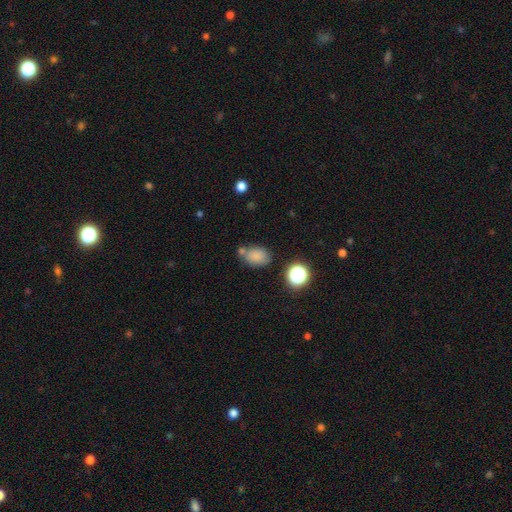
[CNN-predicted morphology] smooth_or_featured: smooth (p=0.80) [alt: star or artifact p=0.13]
how_rounded: in between (p=0.76) [alt: round p=0.23]
merging: none (p=0.59) [alt: minor disturbance p=0.19]